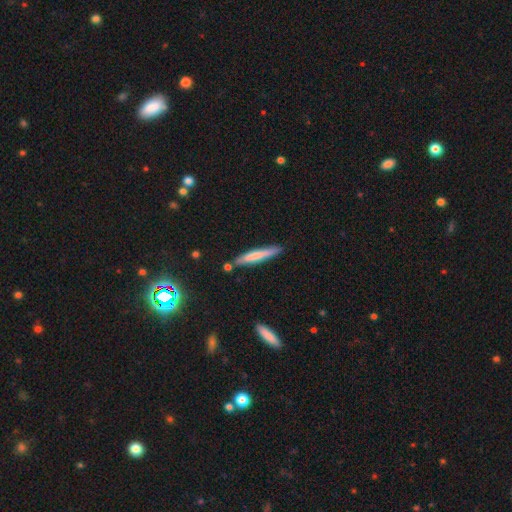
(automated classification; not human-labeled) Overall: smooth (66%; featured or disk 28%). How rounded: cigar-shaped (94%). Merging: none (81%).